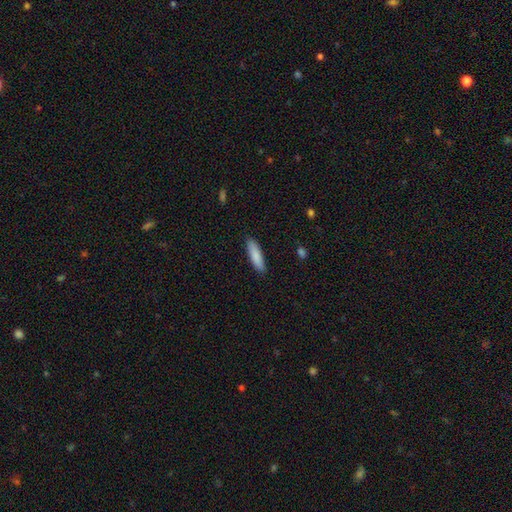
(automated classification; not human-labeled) This is clearly a smooth galaxy (87%). How rounded: likely cigar-shaped (63%). Merging: clearly none (88%).